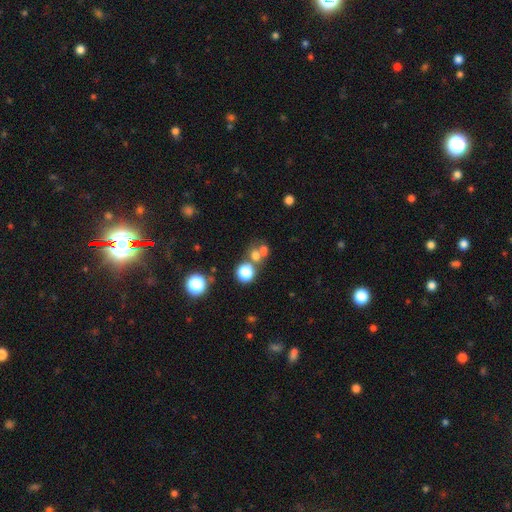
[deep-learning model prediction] smooth_or_featured: smooth (p=0.64) [alt: star or artifact p=0.24]
how_rounded: round (p=0.78) [alt: in between p=0.20]
merging: none (p=0.49) [alt: merger p=0.40]